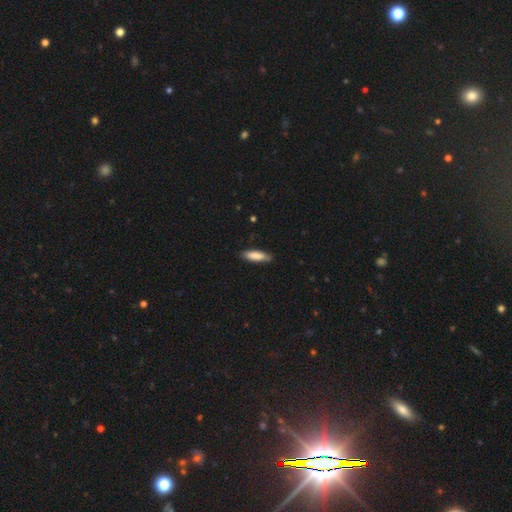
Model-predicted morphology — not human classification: Smooth or featured?
  - smooth: 84% *
  - featured or disk: 11%
  - star or artifact: 6%
How rounded?
  - cigar-shaped: 58% *
  - in between: 40%
  - round: 1%
Merging?
  - none: 82% *
  - minor disturbance: 15%
  - major disturbance: 2%
  - merger: 1%